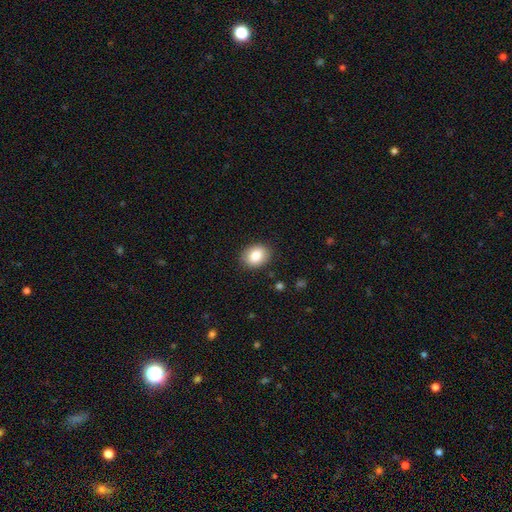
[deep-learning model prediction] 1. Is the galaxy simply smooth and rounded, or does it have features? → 86% smooth, 8% star or artifact, 7% featured or disk.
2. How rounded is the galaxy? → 58% in between, 41% round, 1% cigar-shaped.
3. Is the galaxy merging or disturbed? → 88% none, 9% minor disturbance, 2% major disturbance, 1% merger.